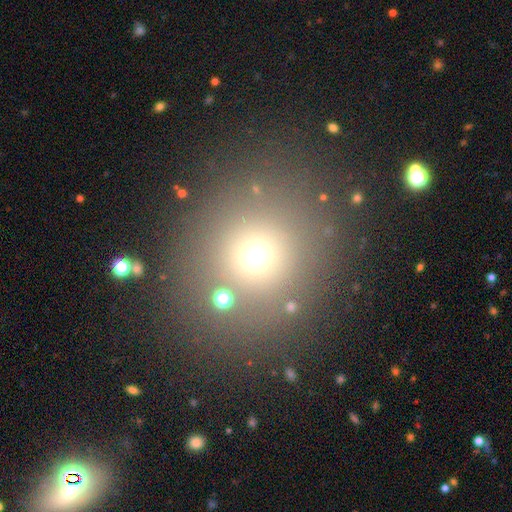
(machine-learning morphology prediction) Smooth or featured: smooth — 64% (star or artifact — 26%)
How rounded: round — 87% (in between — 12%)
Merging: none — 81% (minor disturbance — 8%)